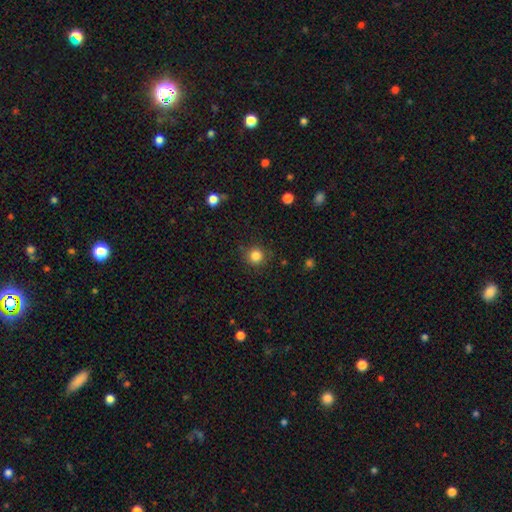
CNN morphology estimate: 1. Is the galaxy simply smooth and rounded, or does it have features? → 83% smooth, 12% star or artifact, 5% featured or disk.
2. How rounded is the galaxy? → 94% round, 5% in between, 1% cigar-shaped.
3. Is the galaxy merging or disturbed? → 87% none, 9% minor disturbance, 3% major disturbance, 2% merger.